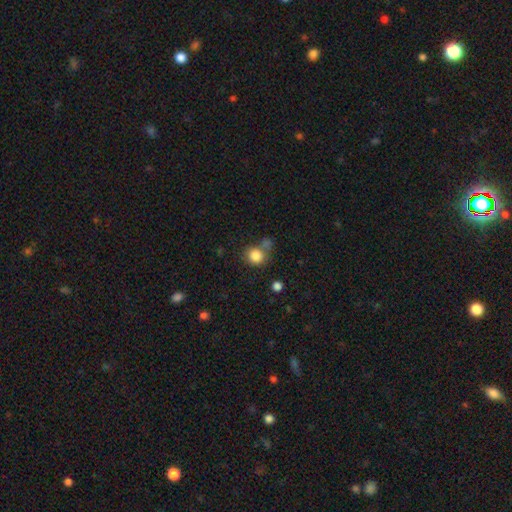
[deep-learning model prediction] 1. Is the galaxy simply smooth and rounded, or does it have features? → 84% smooth, 10% star or artifact, 6% featured or disk.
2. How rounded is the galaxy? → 77% round, 22% in between, 1% cigar-shaped.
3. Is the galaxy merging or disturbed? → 58% none, 21% merger, 15% minor disturbance, 7% major disturbance.